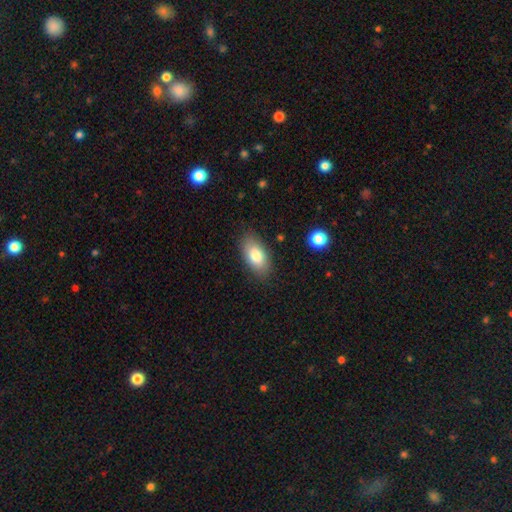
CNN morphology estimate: type=smooth (82%); roundness=in between (93%); merging=none (84%).